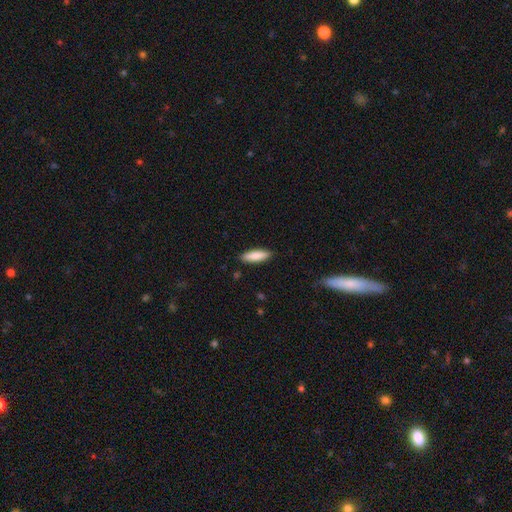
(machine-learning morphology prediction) The model was most divided on "how rounded": cigar-shaped: 56%, in between: 43%, round: 1%. More confident: merging — none (88%); smooth or featured — smooth (86%).